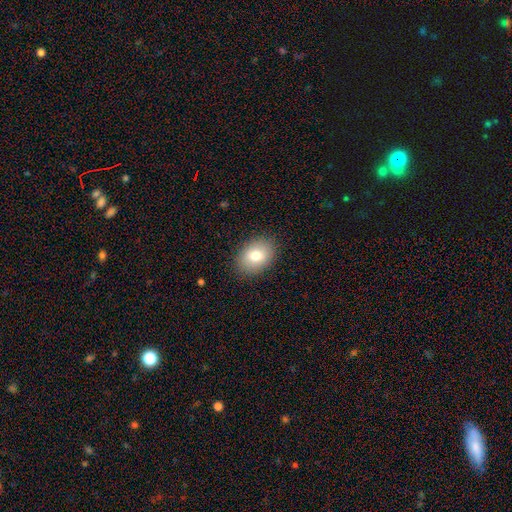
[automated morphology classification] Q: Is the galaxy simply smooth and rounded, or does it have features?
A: smooth — 78%.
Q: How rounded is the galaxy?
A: in between — 74%.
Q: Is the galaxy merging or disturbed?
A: none — 87%.